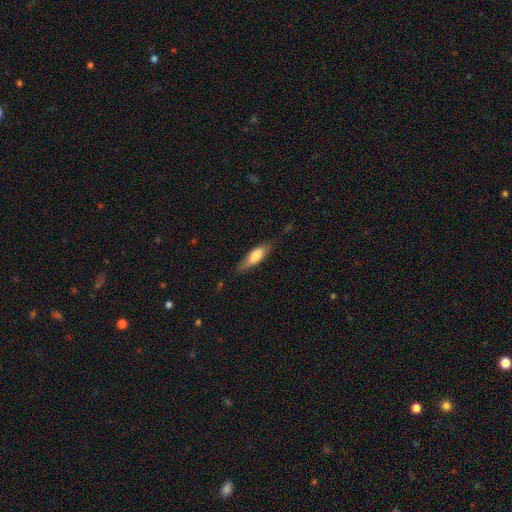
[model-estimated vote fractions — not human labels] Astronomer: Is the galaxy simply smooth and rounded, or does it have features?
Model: smooth — 68%.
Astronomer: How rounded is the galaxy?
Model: in between — 54% (runner-up: cigar-shaped, 44%).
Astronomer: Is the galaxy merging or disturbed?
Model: none — 68%.